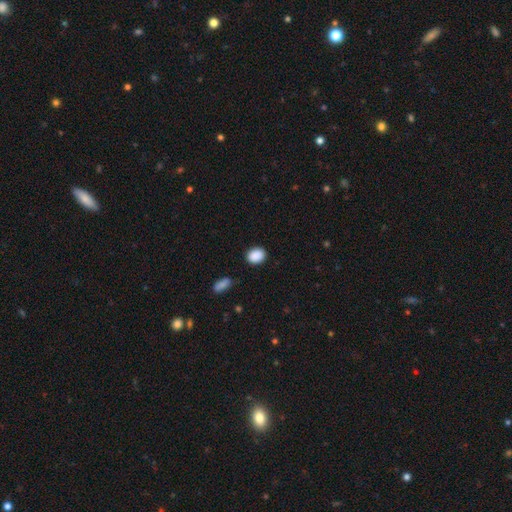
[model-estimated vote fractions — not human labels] A smooth galaxy with no disk features (89%) that is in between round and cigar-shaped (56%). Merging: none (87%).